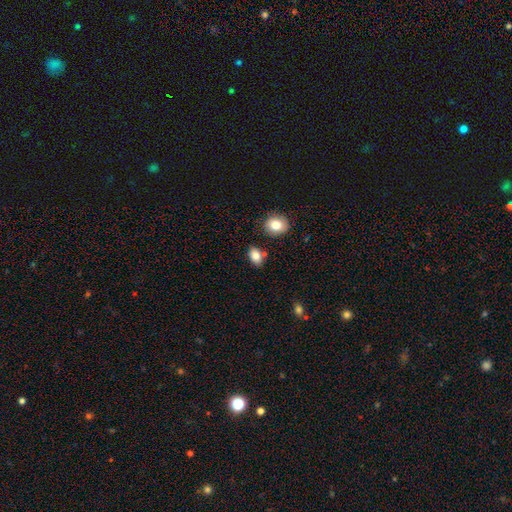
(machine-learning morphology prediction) A smooth galaxy with no disk features (83%) that is in between round and cigar-shaped (80%). Merging: none (77%).